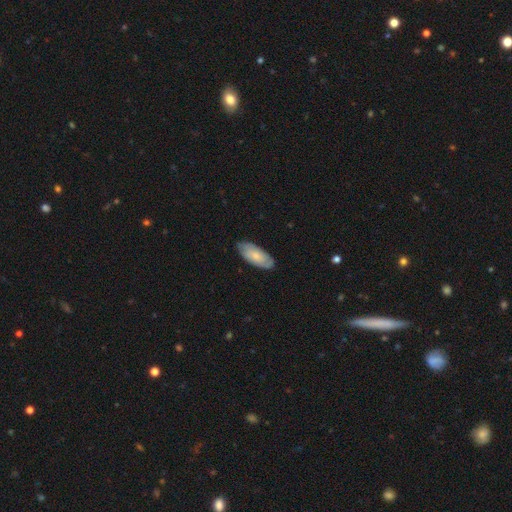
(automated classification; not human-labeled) Morphology: type=smooth (62%); roundness=in between (88%); merging=none (78%).